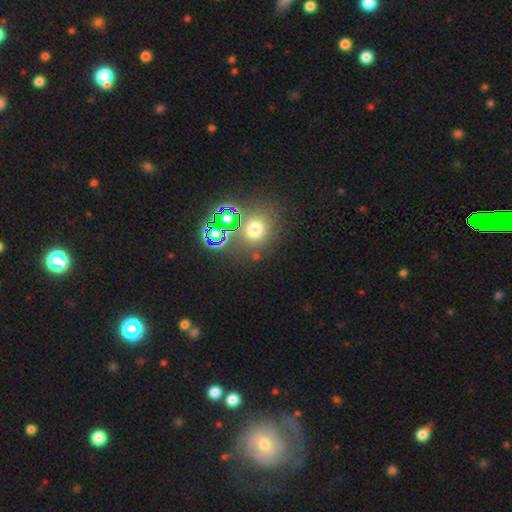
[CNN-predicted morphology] Overall: smooth (49%; star or artifact 43%). Merging: none (73%).